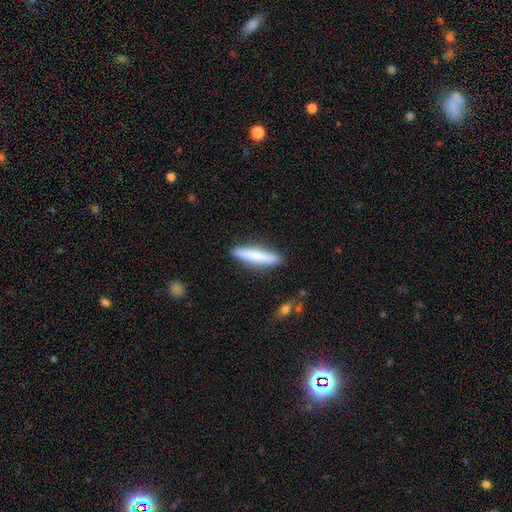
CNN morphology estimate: Smooth or featured? Predicted: smooth (p=0.77). How rounded? Predicted: cigar-shaped (p=0.88). Merging? Predicted: none (p=0.88).